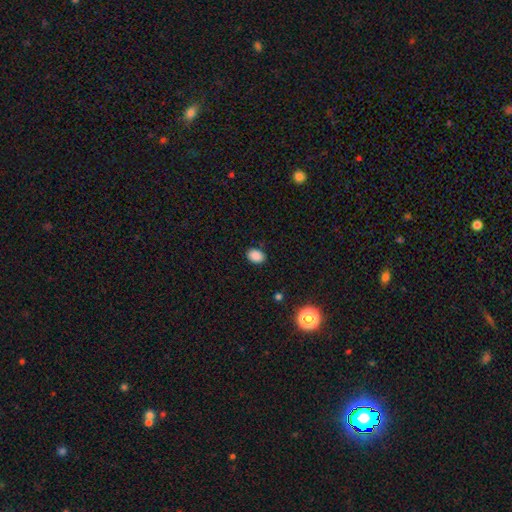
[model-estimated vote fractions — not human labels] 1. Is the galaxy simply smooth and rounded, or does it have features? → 87% smooth, 10% star or artifact, 3% featured or disk.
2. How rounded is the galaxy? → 74% in between, 25% round, 1% cigar-shaped.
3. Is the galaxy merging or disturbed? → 85% none, 11% minor disturbance, 3% major disturbance, 1% merger.